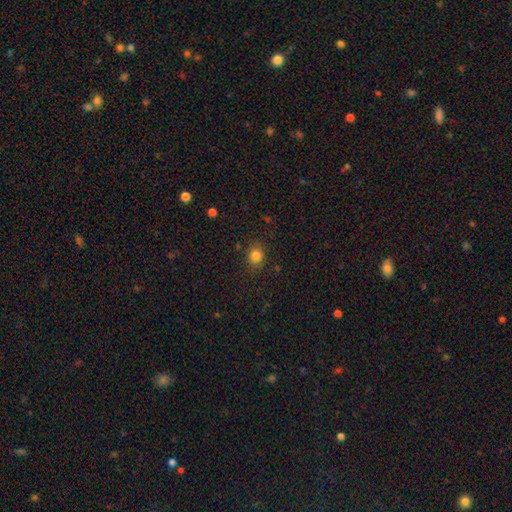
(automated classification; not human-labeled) A smooth galaxy with no disk features (83%) that is round (67%).

Vote fractions:
- Smooth or featured? smooth: 83% / star or artifact: 12% / featured or disk: 5%
- How rounded? round: 67% / in between: 32% / cigar-shaped: 1%
- Merging? none: 86% / minor disturbance: 10% / major disturbance: 3% / merger: 1%